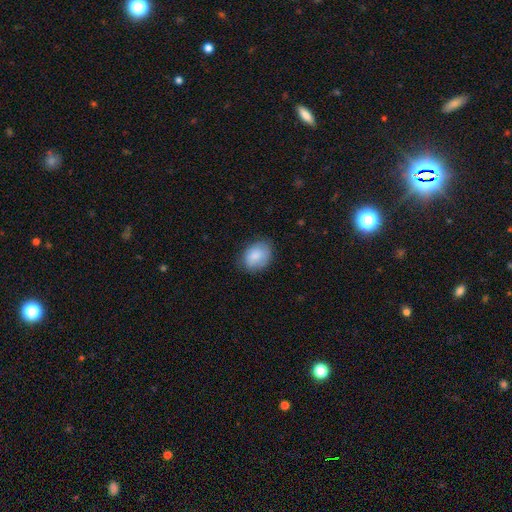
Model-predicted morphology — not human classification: A smooth galaxy with no disk features (84%) that is in between round and cigar-shaped (69%). Merging: none (75%).